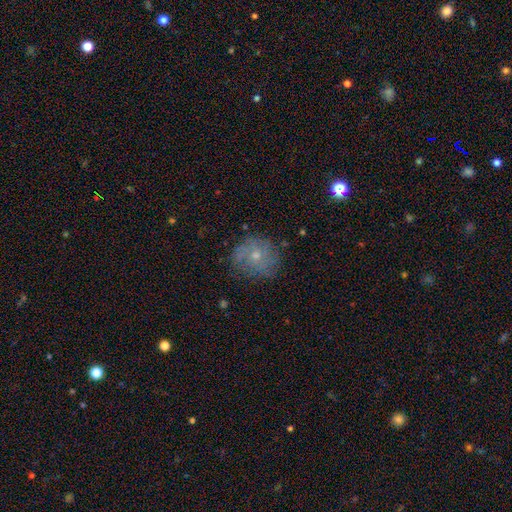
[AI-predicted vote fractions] Smooth or featured: featured or disk — 44% (tied with smooth — 44%)
Merging: none — 73% (minor disturbance — 18%)